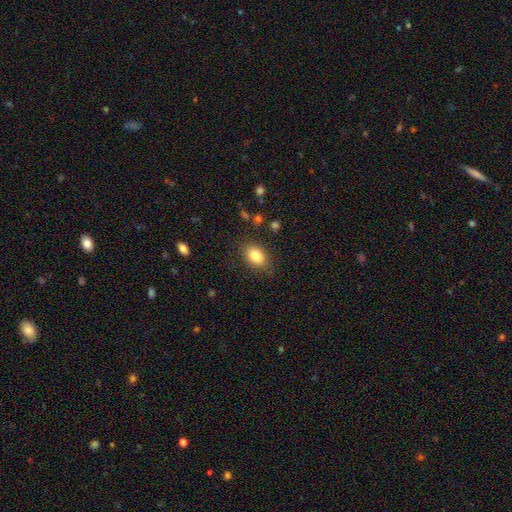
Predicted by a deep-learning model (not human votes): This appears to be a smooth galaxy with no disk features (83%) that is in between round and cigar-shaped (80%). Merging: none (84%).